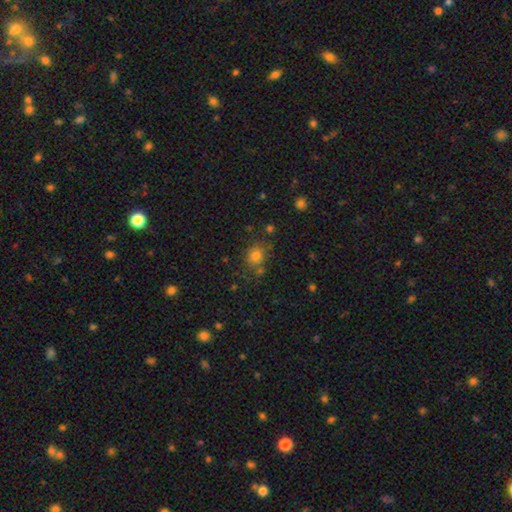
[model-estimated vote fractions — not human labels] Overall: smooth (78%). How rounded: round (73%). Merging: none (73%).